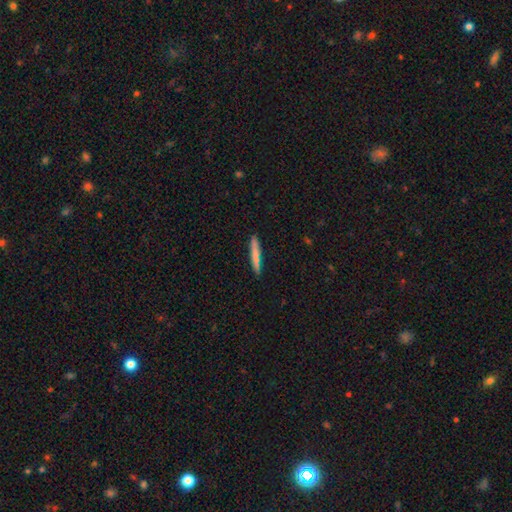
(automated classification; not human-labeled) A smooth galaxy with no disk features (73%) that is cigar-shaped (95%). Merging: none (90%).